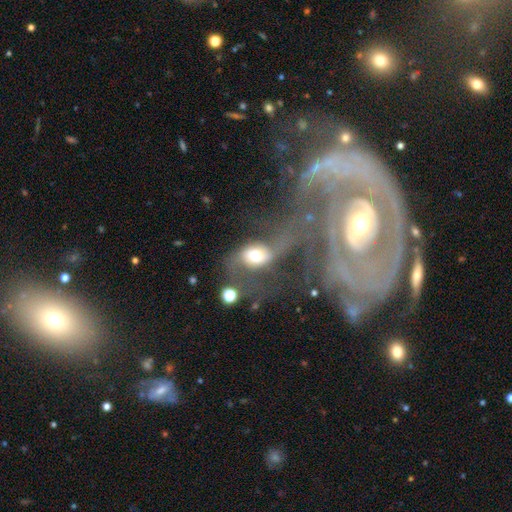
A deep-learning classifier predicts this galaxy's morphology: Smooth or featured?
  - featured or disk: 51% *
  - smooth: 37%
  - star or artifact: 12%
Edge-on disk?
  - no: 95% *
  - yes: 5%
Merging?
  - major disturbance: 38% *
  - merger: 29%
  - none: 21%
  - minor disturbance: 12%